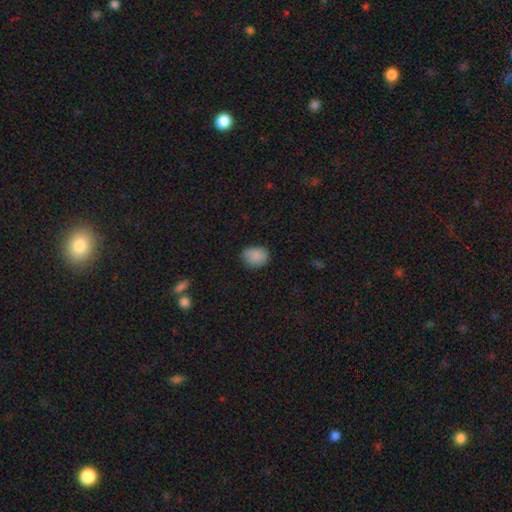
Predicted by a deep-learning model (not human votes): Smooth or featured? Predicted: smooth (p=0.87). How rounded? Predicted: in between (p=0.60). Merging? Predicted: none (p=0.79).